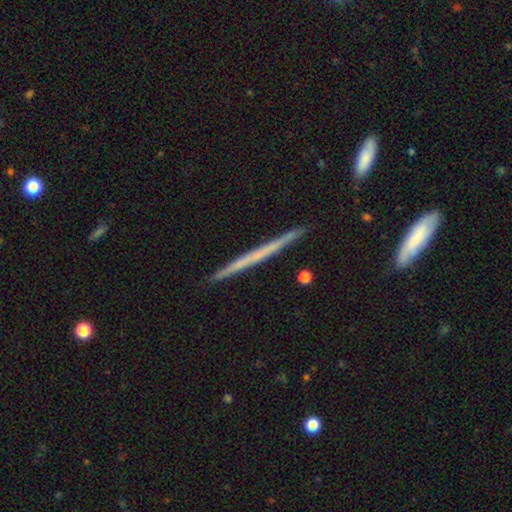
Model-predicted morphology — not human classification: A featured or disk galaxy (57%) viewed edge-on (97%) with no central bulge (86%). Merging: none (90%).